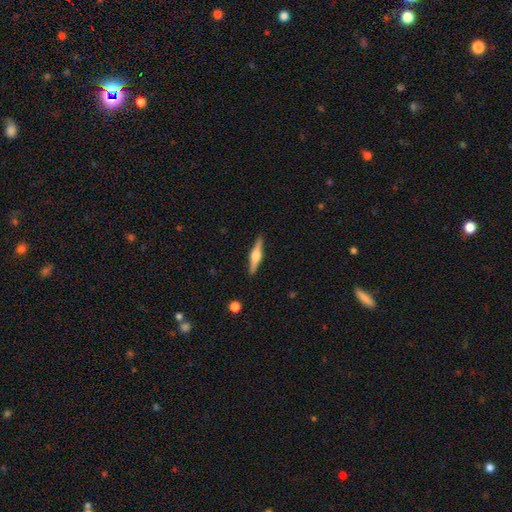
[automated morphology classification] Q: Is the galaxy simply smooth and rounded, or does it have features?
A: featured or disk — 71%.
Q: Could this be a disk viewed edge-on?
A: yes — 98%.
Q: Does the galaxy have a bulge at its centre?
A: rounded — 88%.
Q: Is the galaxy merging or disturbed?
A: none — 91%.